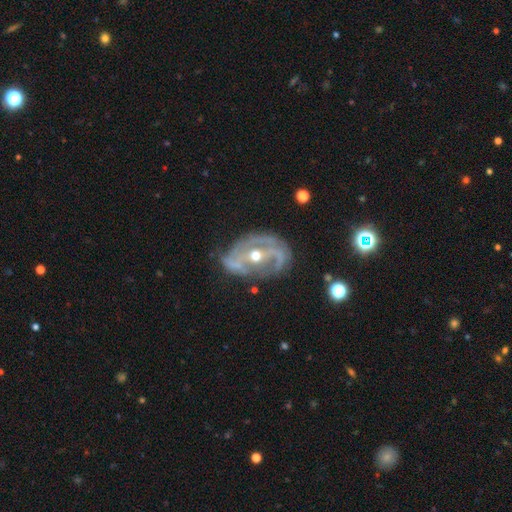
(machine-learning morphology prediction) Overall: featured or disk (86%). Edge-on disk: no (96%). Bar: no (37%; weak 34%). Spiral arms: yes (87%). Spiral arm count: 2 (52%; can't tell 20%). Spiral winding: medium (42%; tight 36%). Bulge size: moderate (64%; small 32%). Merging: none (55%; minor disturbance 25%).